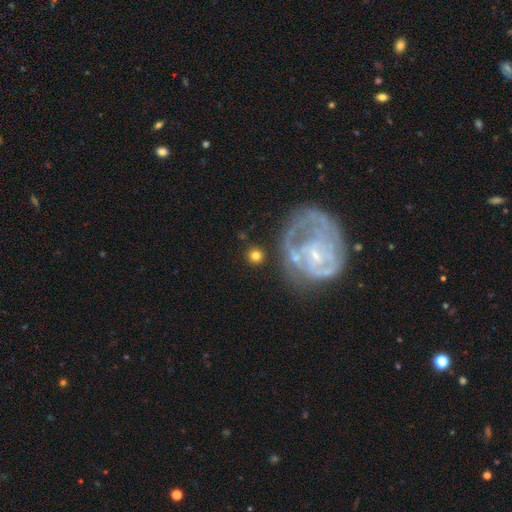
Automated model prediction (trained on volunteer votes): Smooth or featured?
  - smooth: 68% *
  - featured or disk: 23%
  - star or artifact: 9%
How rounded?
  - round: 89% *
  - in between: 10%
  - cigar-shaped: 1%
Merging?
  - none: 78% *
  - minor disturbance: 9%
  - merger: 7%
  - major disturbance: 6%